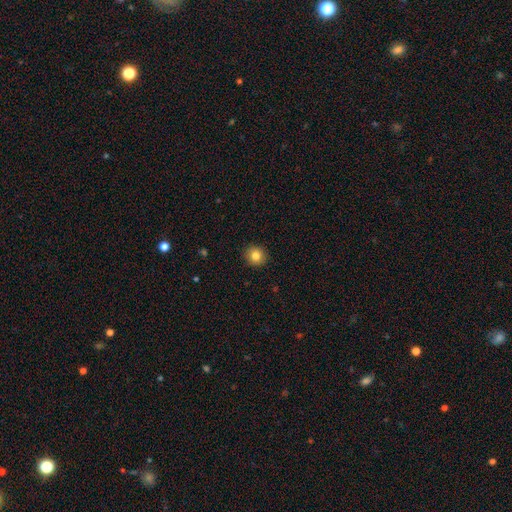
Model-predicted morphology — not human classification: The model was most divided on "smooth or featured": smooth: 83%, star or artifact: 10%, featured or disk: 7%. More confident: merging — none (92%); how rounded — round (89%).